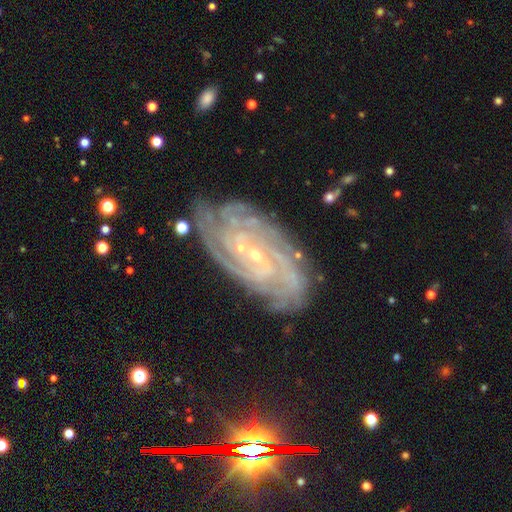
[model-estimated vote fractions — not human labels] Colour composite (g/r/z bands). It shows a featured or disk galaxy (88%) with no bar (56%), 4 (24%, tied with can't tell) tight (76%) spiral arms (98%) and a small central bulge (83%). Merging: none (77%).